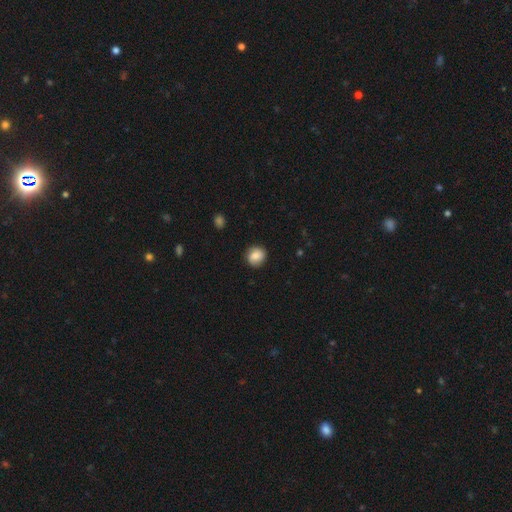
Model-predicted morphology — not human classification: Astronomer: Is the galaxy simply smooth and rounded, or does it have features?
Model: smooth — 80%.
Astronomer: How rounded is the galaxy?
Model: round — 85%.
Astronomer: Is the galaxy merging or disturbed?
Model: none — 85%.